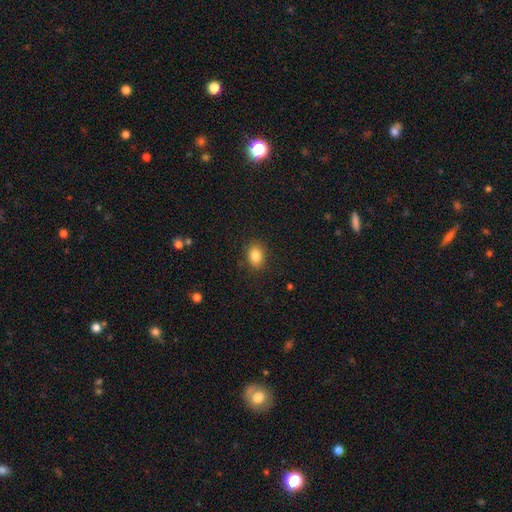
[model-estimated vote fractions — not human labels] smooth_or_featured: smooth (p=0.84) [alt: star or artifact p=0.10]
how_rounded: in between (p=0.59) [alt: round p=0.40]
merging: none (p=0.87) [alt: minor disturbance p=0.09]